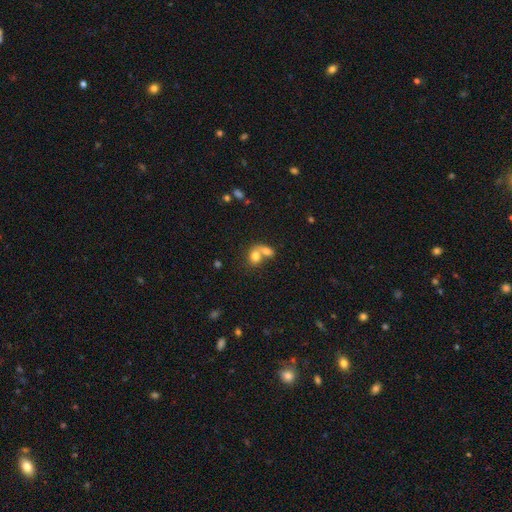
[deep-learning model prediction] This appears to be a smooth galaxy with no disk features (75%) that is in between round and cigar-shaped (56%). Merging: merger (70%).